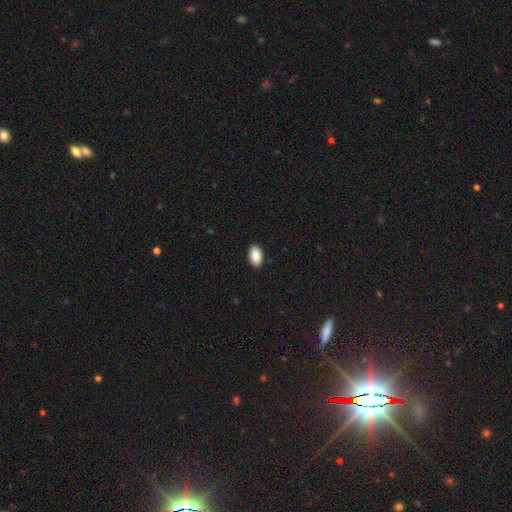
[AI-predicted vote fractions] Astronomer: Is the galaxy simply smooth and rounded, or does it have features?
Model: smooth — 89%.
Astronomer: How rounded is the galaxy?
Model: in between — 94%.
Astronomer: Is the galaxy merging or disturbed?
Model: none — 90%.